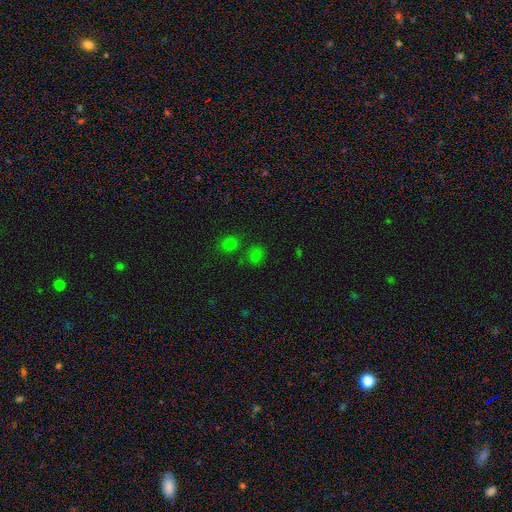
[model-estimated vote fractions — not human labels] This appears to be a smooth galaxy with no disk features (60%) that is round (59%). Merging: none (63%).